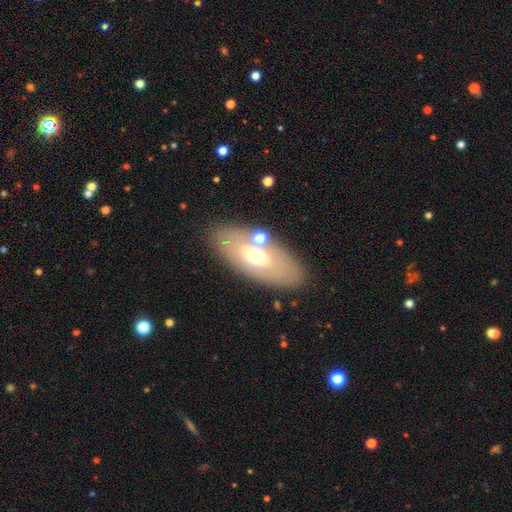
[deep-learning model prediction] Q: Smooth or featured?
A: smooth (52%); runner-up: featured or disk (39%)
Q: How rounded?
A: in between (87%); runner-up: cigar-shaped (8%)
Q: Merging?
A: none (77%); runner-up: minor disturbance (11%)